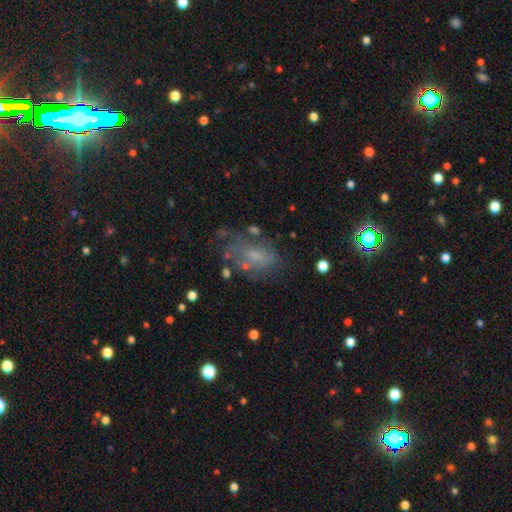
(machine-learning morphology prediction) smooth-or-featured: featured or disk: 42% | smooth: 39% | star or artifact: 19%
  merging: none: 46% | minor disturbance: 25% | major disturbance: 23% | merger: 7%